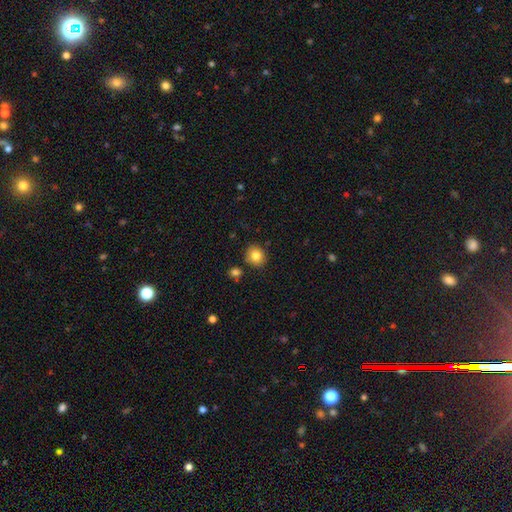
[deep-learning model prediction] Q: Smooth or featured?
A: smooth (82%); runner-up: star or artifact (10%)
Q: How rounded?
A: round (78%); runner-up: in between (21%)
Q: Merging?
A: none (85%); runner-up: minor disturbance (9%)